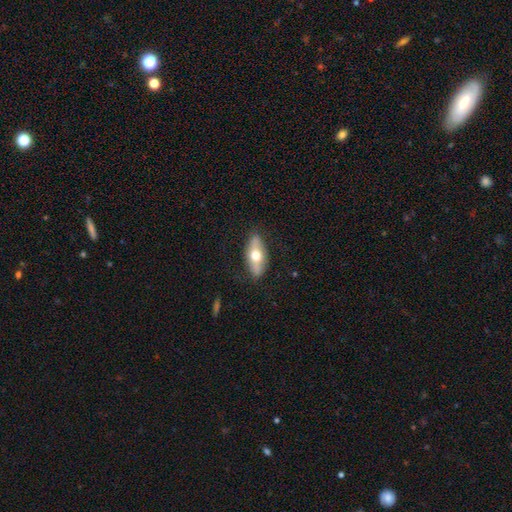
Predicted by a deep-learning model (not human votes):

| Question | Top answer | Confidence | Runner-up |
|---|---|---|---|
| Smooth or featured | smooth | 55% | featured or disk (39%) |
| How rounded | in between | 76% | cigar-shaped (19%) |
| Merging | none | 83% | minor disturbance (12%) |